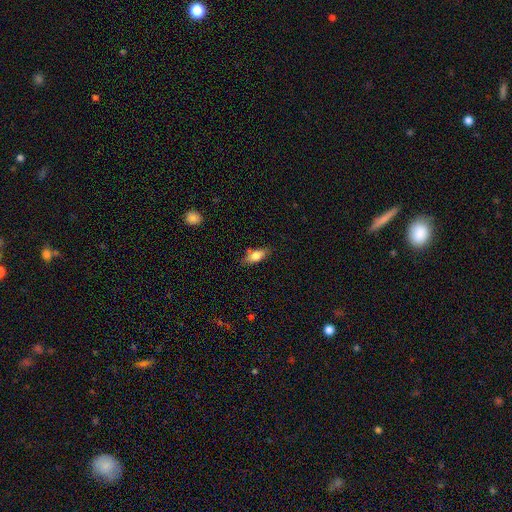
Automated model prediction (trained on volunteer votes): Overall: smooth (75%). How rounded: in between (77%). Merging: none (73%).